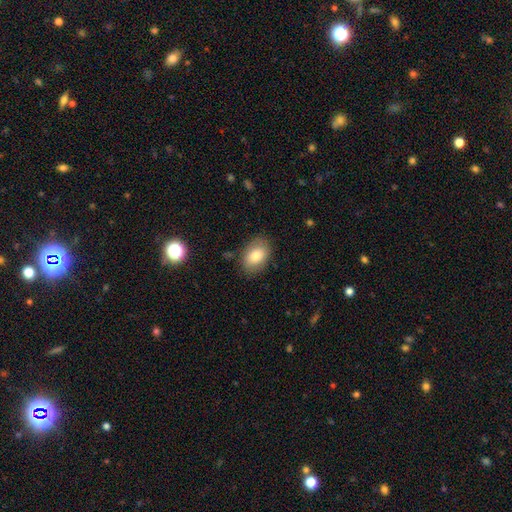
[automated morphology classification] type=smooth (80%); roundness=in between (85%); merging=none (82%).